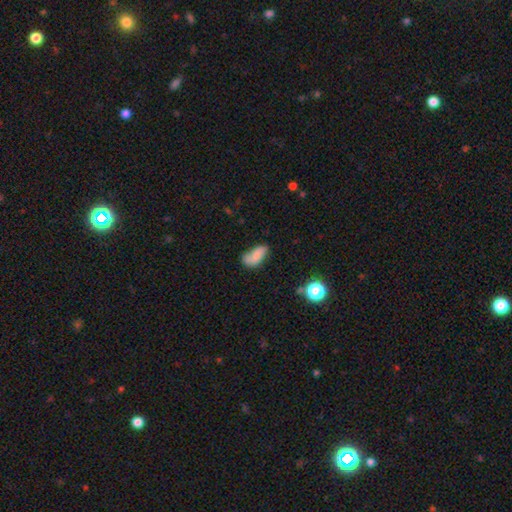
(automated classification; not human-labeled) smooth_or_featured: smooth (p=0.73) [alt: featured or disk p=0.17]
how_rounded: in between (p=0.85) [alt: cigar-shaped p=0.10]
merging: none (p=0.44) [alt: minor disturbance p=0.32]